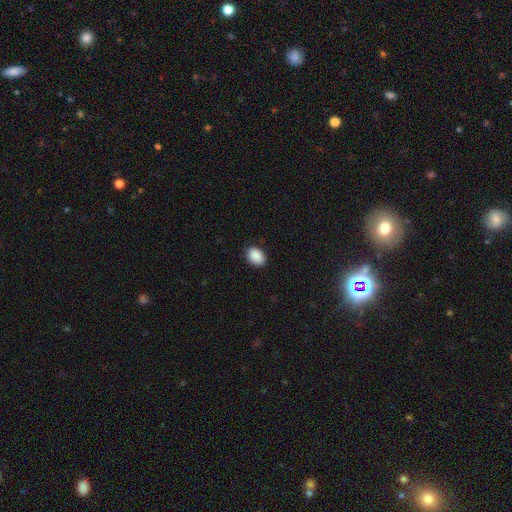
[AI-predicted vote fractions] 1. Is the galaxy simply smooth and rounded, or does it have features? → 90% smooth, 7% star or artifact, 3% featured or disk.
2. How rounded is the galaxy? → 78% in between, 21% round, 1% cigar-shaped.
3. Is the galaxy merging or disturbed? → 88% none, 10% minor disturbance, 2% major disturbance, 1% merger.